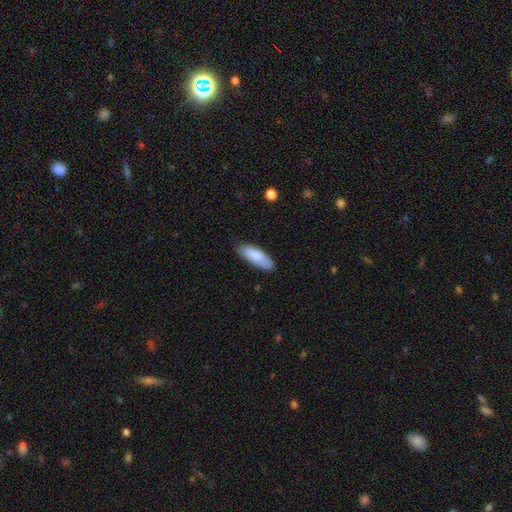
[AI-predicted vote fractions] Overall: smooth (83%). How rounded: in between (69%; cigar-shaped 30%). Merging: none (82%).